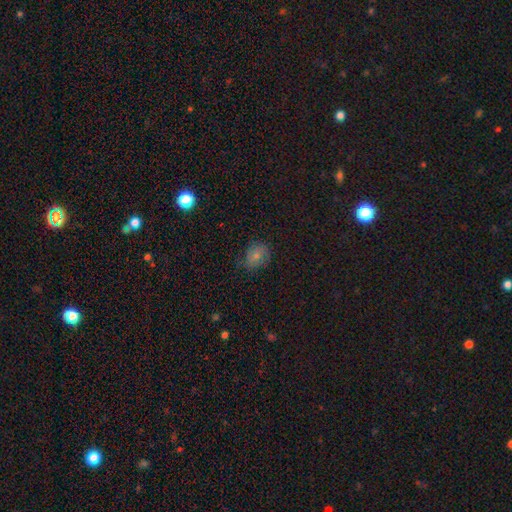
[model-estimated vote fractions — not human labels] A smooth galaxy with no disk features (69%) that is round (58%).

Vote fractions:
- Smooth or featured? smooth: 69% / featured or disk: 19% / star or artifact: 12%
- How rounded? round: 58% / in between: 41% / cigar-shaped: 1%
- Merging? none: 66% / minor disturbance: 26% / major disturbance: 6% / merger: 1%